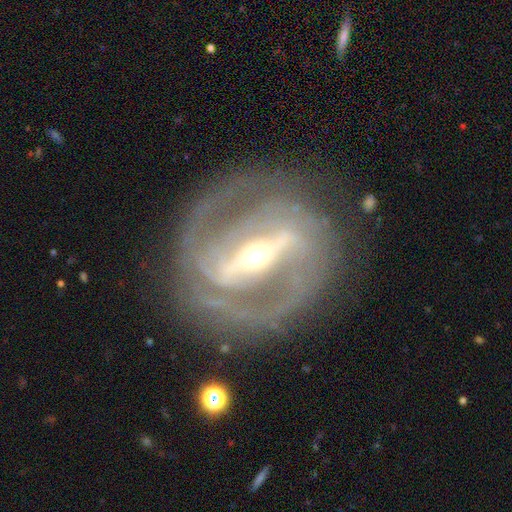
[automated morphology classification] Q: Smooth or featured?
A: featured or disk (88%); runner-up: smooth (7%)
Q: Edge-on disk?
A: no (90%); runner-up: yes (10%)
Q: Bar?
A: strong (79%); runner-up: weak (15%)
Q: Spiral arms?
A: yes (86%); runner-up: no (14%)
Q: Spiral winding?
A: tight (52%); runner-up: medium (35%)
Q: Spiral arm count?
A: 2 (58%); runner-up: can't tell (20%)
Q: Bulge size?
A: small (52%); runner-up: moderate (43%)
Q: Merging?
A: none (73%); runner-up: minor disturbance (14%)